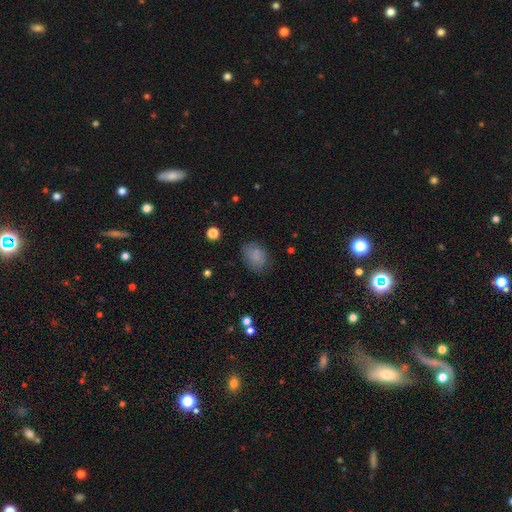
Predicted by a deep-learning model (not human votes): Smooth or featured? Predicted: smooth (p=0.77). How rounded? Predicted: in between (p=0.73). Merging? Predicted: none (p=0.67).